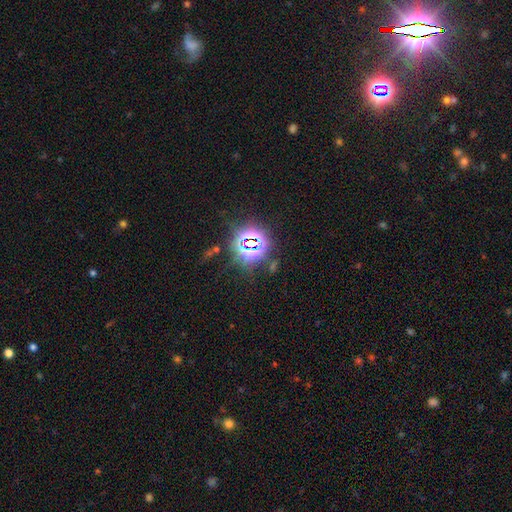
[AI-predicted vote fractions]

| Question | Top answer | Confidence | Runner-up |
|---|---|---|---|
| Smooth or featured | star or artifact | 81% | smooth (11%) |